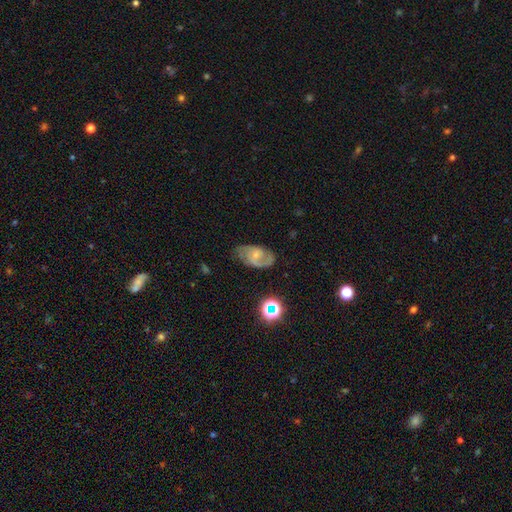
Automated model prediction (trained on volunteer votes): smooth_or_featured: featured or disk (p=0.75) [alt: smooth p=0.16]
disk_edge_on: no (p=0.97) [alt: yes p=0.03]
bar: no (p=0.52) [alt: weak p=0.40]
has_spiral_arms: yes (p=0.93) [alt: no p=0.07]
spiral_winding: medium (p=0.53) [alt: tight p=0.26]
spiral_arm_count: 2 (p=0.75) [alt: can't tell p=0.10]
bulge_size: small (p=0.61) [alt: moderate p=0.24]
merging: none (p=0.65) [alt: minor disturbance p=0.22]